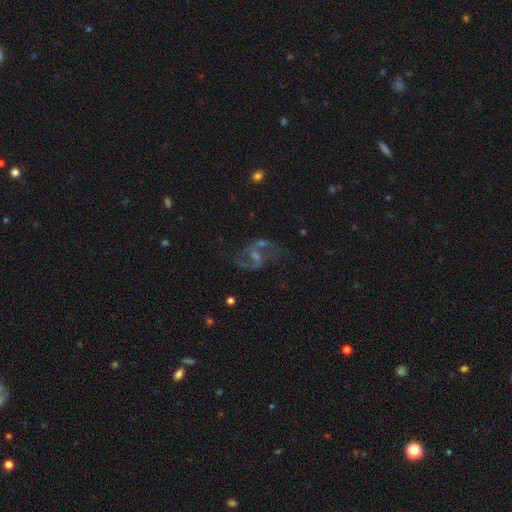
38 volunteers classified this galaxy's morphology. smooth-or-featured: featured or disk: 84% | smooth: 8% | star or artifact: 8%
  disk-edge-on: no: 97% | yes: 3%
    bar: no: 45% | weak: 35% | strong: 19%
    has-spiral-arms: yes: 74% | no: 26%
      spiral-winding: medium: 52% | loose: 39% | tight: 9%
      spiral-arm-count: 2: 83% | can't tell: 17% | 1: 0% | 3: 0% | 4: 0% | more than 4: 0%
    bulge-size: small: 55% | moderate: 35% | large: 6% | dominant: 3% | none: 0%
  merging: none: 57% | minor disturbance: 26% | major disturbance: 14% | merger: 3%